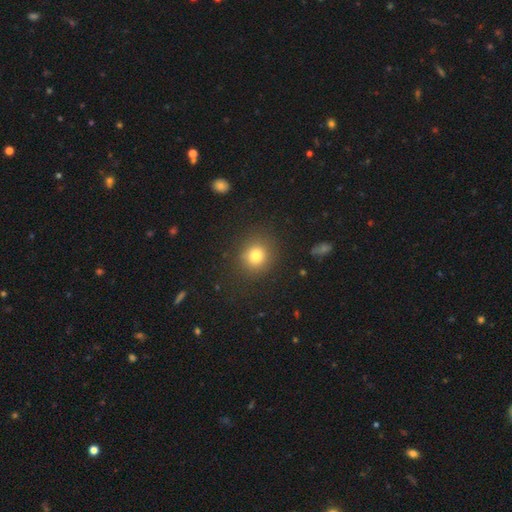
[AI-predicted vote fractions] Morphology: type=smooth (80%); roundness=round (82%); merging=none (85%).